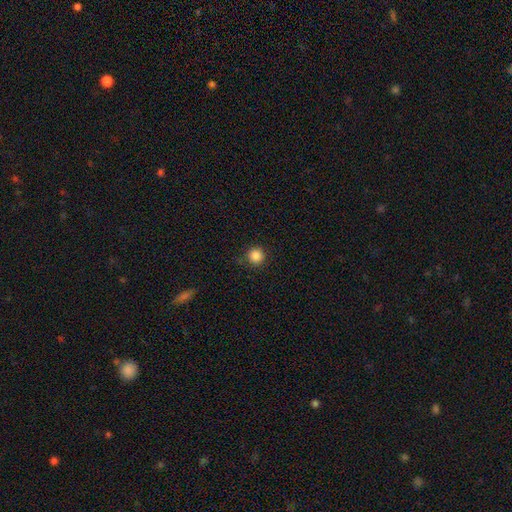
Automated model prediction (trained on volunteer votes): Smooth or featured: smooth — 86% (star or artifact — 11%)
How rounded: round — 95% (in between — 4%)
Merging: none — 88% (minor disturbance — 8%)